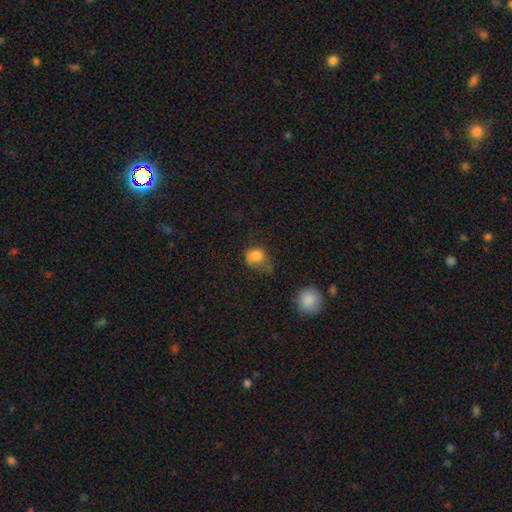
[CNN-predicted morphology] smooth-or-featured: smooth: 79% | star or artifact: 11% | featured or disk: 10%
  how-rounded: round: 55% | in between: 44% | cigar-shaped: 1%
  merging: major disturbance: 38% | minor disturbance: 32% | none: 25% | merger: 6%